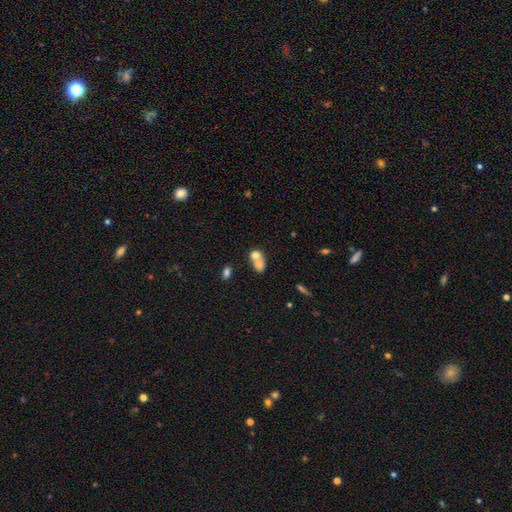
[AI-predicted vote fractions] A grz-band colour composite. It shows a smooth galaxy with no disk features (70%) that is in between round and cigar-shaped (53%). Merging: merger (71%).